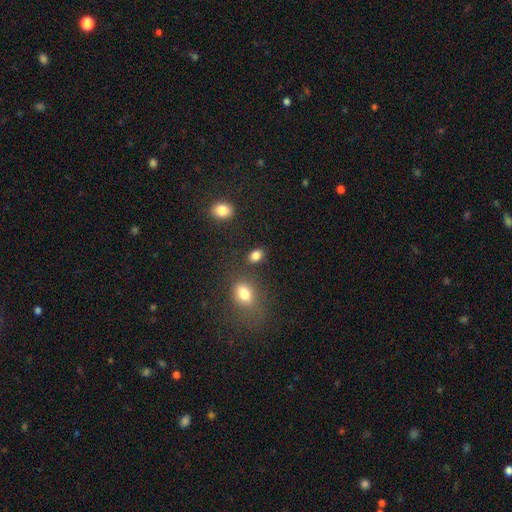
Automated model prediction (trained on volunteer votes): This is clearly a smooth galaxy (85%). How rounded: likely in between (78%). Merging: likely none (76%).